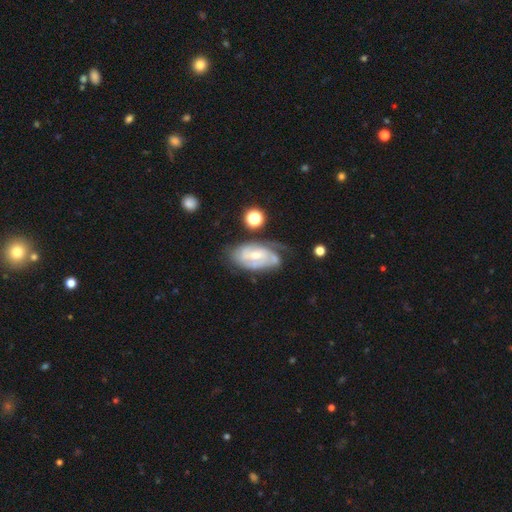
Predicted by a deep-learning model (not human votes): Smooth or featured?
  - featured or disk: 76% *
  - smooth: 17%
  - star or artifact: 7%
Edge-on disk?
  - no: 95% *
  - yes: 5%
Bar?
  - no: 45% *
  - weak: 43%
  - strong: 12%
Spiral arms?
  - yes: 89% *
  - no: 11%
Spiral winding?
  - tight: 52% *
  - medium: 37%
  - loose: 11%
Spiral arm count?
  - 2: 42% *
  - can't tell: 34%
  - 3: 13%
  - 1: 6%
  - 4: 3%
  - more than 4: 2%
Bulge size?
  - small: 47% *
  - moderate: 46%
  - none: 3%
  - large: 3%
  - dominant: 1%
Merging?
  - none: 48% *
  - minor disturbance: 28%
  - major disturbance: 16%
  - merger: 7%